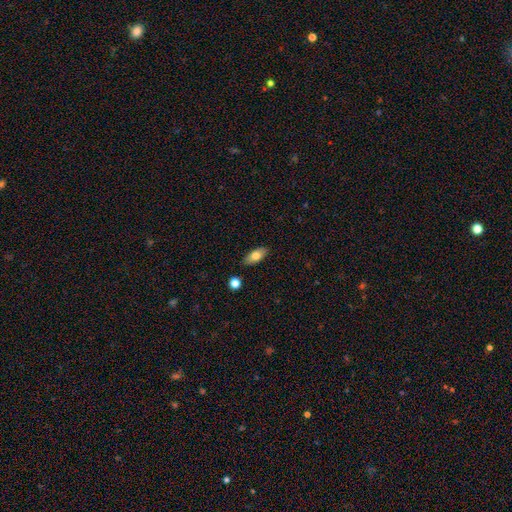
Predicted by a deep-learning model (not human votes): smooth_or_featured: smooth (p=0.77) [alt: featured or disk p=0.16]
how_rounded: in between (p=0.86) [alt: cigar-shaped p=0.10]
merging: none (p=0.86) [alt: minor disturbance p=0.10]